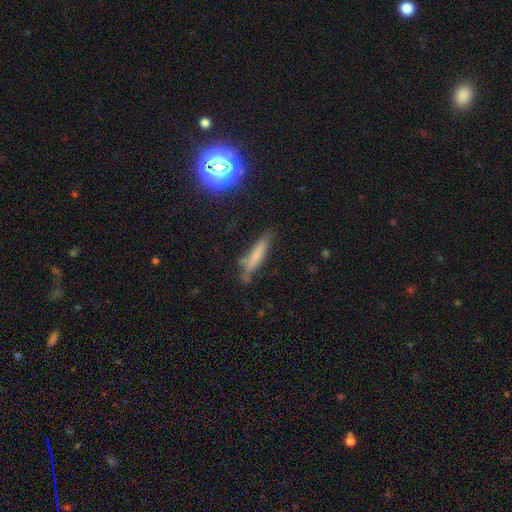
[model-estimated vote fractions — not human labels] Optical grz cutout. It shows a smooth galaxy with no disk features (64%) that is cigar-shaped (82%). Merging: none (64%).